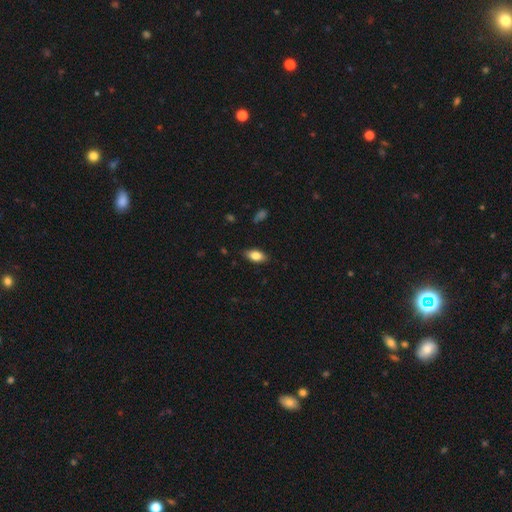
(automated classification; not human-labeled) A smooth galaxy with no disk features (80%) that is in between round and cigar-shaped (88%).

Vote fractions:
- Smooth or featured? smooth: 80% / featured or disk: 12% / star or artifact: 7%
- How rounded? in between: 88% / cigar-shaped: 7% / round: 4%
- Merging? none: 85% / minor disturbance: 11% / major disturbance: 2% / merger: 1%